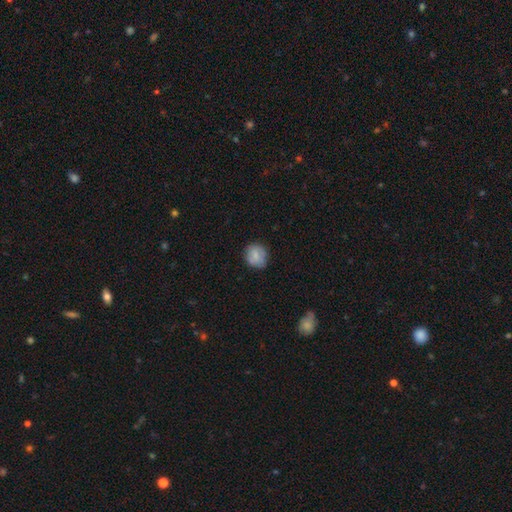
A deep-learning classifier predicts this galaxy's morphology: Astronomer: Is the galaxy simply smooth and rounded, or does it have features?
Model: smooth — 77%.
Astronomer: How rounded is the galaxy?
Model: round — 80%.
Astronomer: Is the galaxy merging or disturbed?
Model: none — 78%.